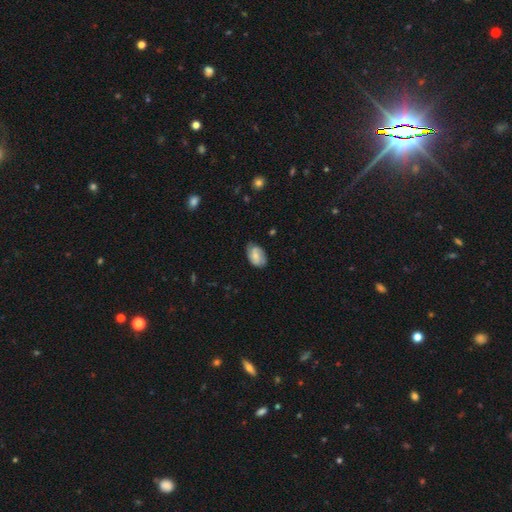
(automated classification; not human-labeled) This is possibly a smooth galaxy (57%). How rounded: clearly in between (88%). Merging: likely none (63%).